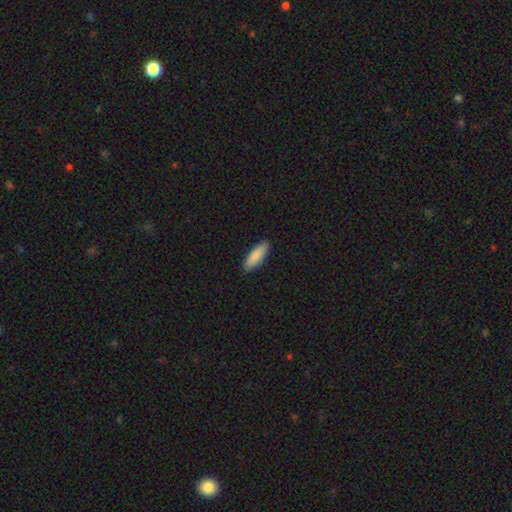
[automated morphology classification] type=smooth (88%); roundness=cigar-shaped (50%); merging=none (90%).